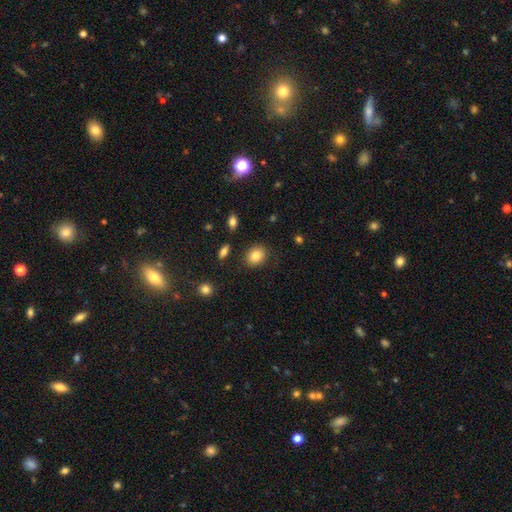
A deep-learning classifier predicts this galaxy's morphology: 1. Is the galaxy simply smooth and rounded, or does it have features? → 84% smooth, 9% star or artifact, 7% featured or disk.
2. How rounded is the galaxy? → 56% round, 43% in between, 1% cigar-shaped.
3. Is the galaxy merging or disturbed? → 84% none, 10% minor disturbance, 3% major disturbance, 2% merger.